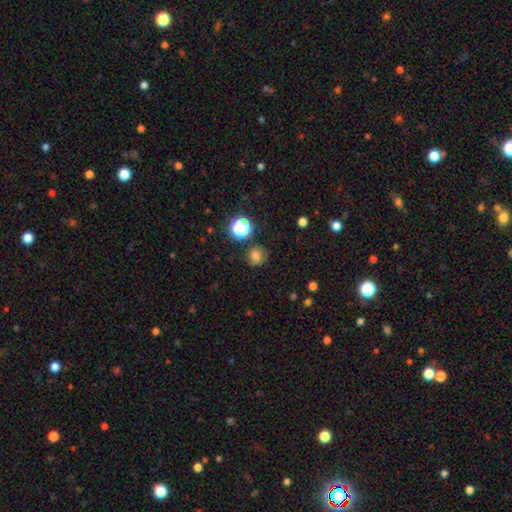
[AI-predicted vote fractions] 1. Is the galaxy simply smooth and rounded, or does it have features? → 62% smooth, 23% star or artifact, 15% featured or disk.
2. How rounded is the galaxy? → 82% round, 17% in between, 1% cigar-shaped.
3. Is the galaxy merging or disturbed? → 76% none, 15% minor disturbance, 6% major disturbance, 3% merger.